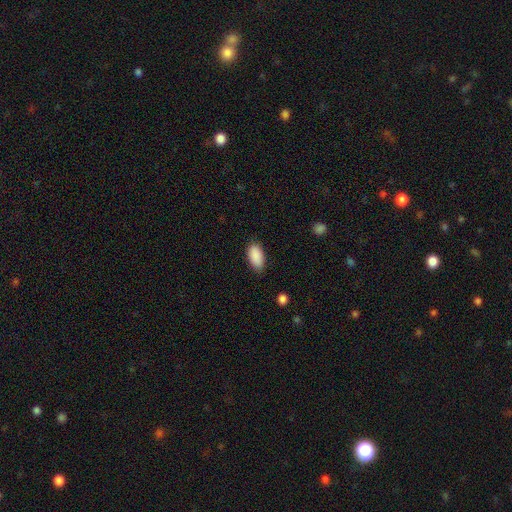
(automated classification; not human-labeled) Smooth or featured: smooth — 90% (star or artifact — 7%)
How rounded: in between — 93% (cigar-shaped — 4%)
Merging: none — 82% (minor disturbance — 14%)